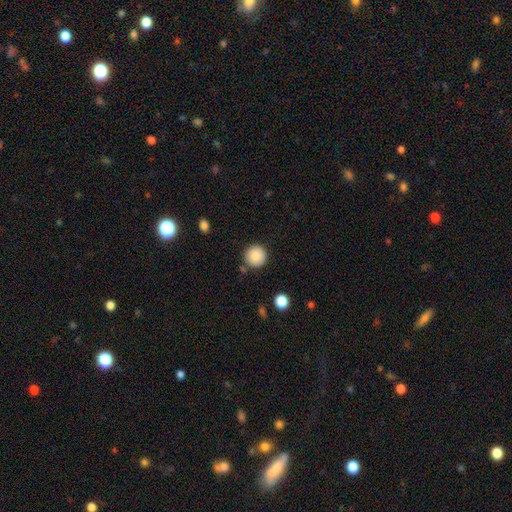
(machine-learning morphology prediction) smooth-or-featured: smooth: 85% | star or artifact: 9% | featured or disk: 6%
  how-rounded: round: 95% | in between: 4% | cigar-shaped: 1%
  merging: none: 86% | minor disturbance: 8% | merger: 3% | major disturbance: 2%